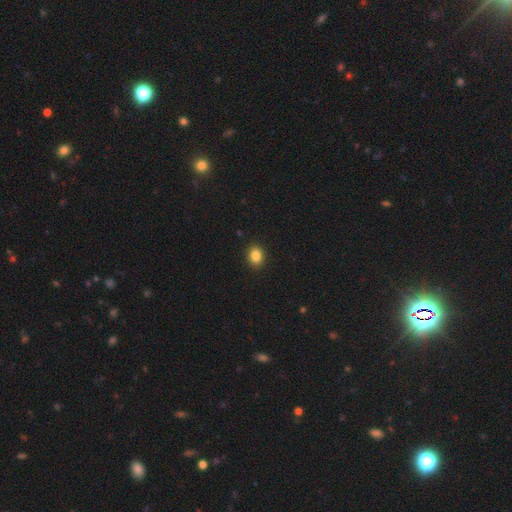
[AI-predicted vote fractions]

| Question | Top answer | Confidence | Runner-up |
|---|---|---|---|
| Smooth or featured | smooth | 85% | star or artifact (10%) |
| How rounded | round | 53% | in between (47%) |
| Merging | none | 92% | minor disturbance (6%) |